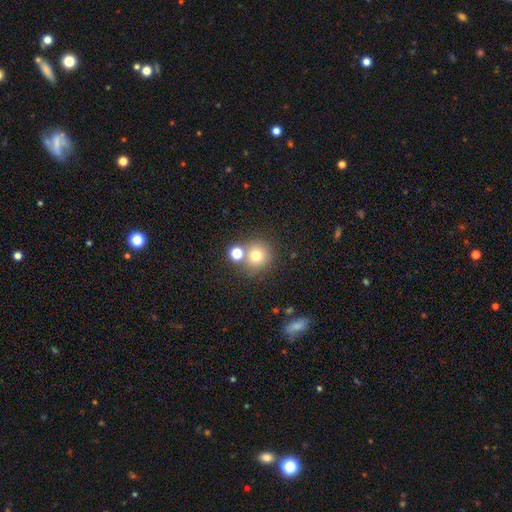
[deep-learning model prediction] This appears to be a smooth galaxy with no disk features (74%) that is round (91%). Merging: none (64%).